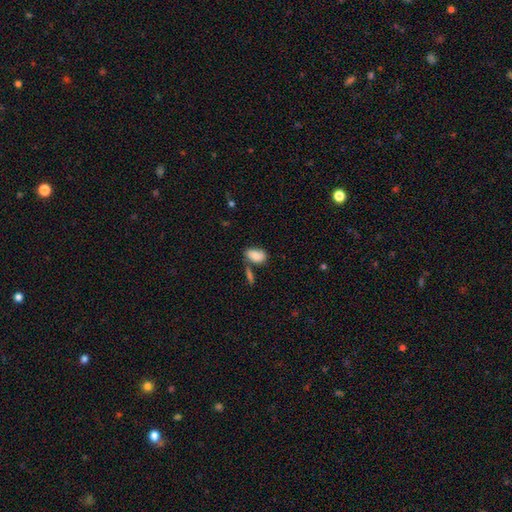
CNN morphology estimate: Smooth or featured?
  - smooth: 84% *
  - featured or disk: 9%
  - star or artifact: 7%
How rounded?
  - in between: 90% *
  - round: 8%
  - cigar-shaped: 2%
Merging?
  - none: 58% *
  - minor disturbance: 20%
  - merger: 16%
  - major disturbance: 5%